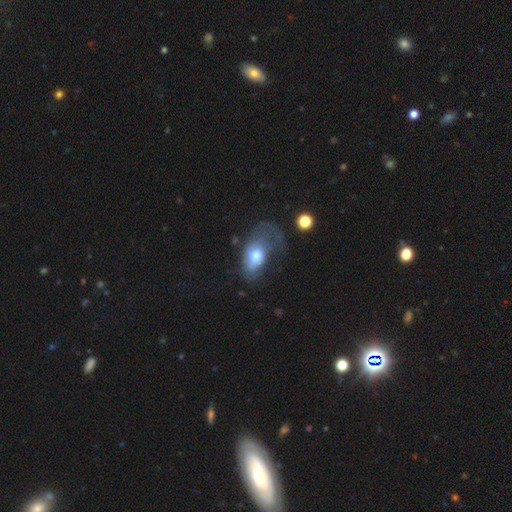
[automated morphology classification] A smooth galaxy with no disk features (60%) that is in between round and cigar-shaped (86%).

Vote fractions:
- Smooth or featured? smooth: 60% / featured or disk: 32% / star or artifact: 8%
- How rounded? in between: 86% / round: 11% / cigar-shaped: 2%
- Merging? major disturbance: 51% / minor disturbance: 25% / none: 20% / merger: 4%